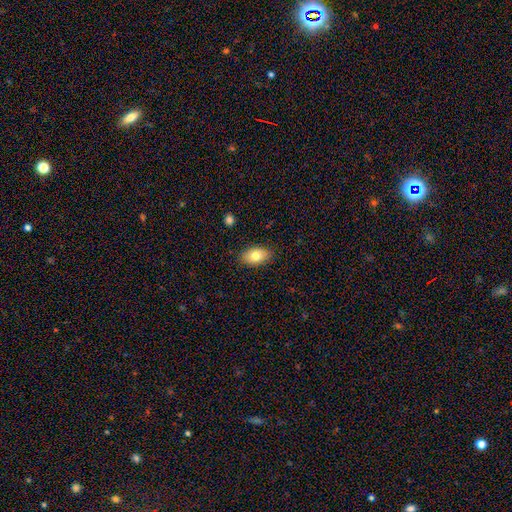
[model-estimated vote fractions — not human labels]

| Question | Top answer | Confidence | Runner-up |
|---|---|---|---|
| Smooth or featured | smooth | 78% | featured or disk (15%) |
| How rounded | in between | 91% | round (7%) |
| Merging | none | 87% | minor disturbance (10%) |